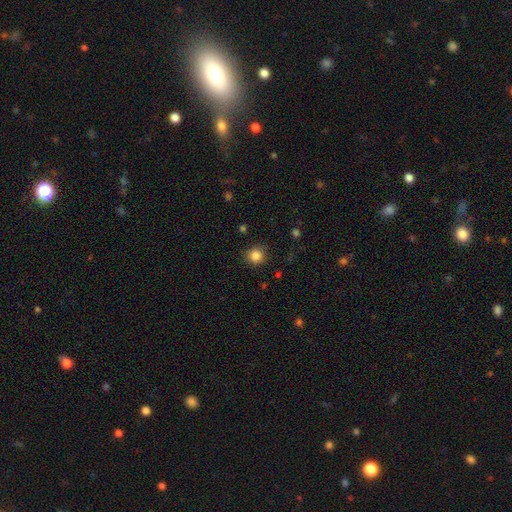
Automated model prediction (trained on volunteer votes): smooth_or_featured: smooth (p=0.85) [alt: star or artifact p=0.11]
how_rounded: round (p=0.90) [alt: in between p=0.09]
merging: none (p=0.87) [alt: minor disturbance p=0.09]